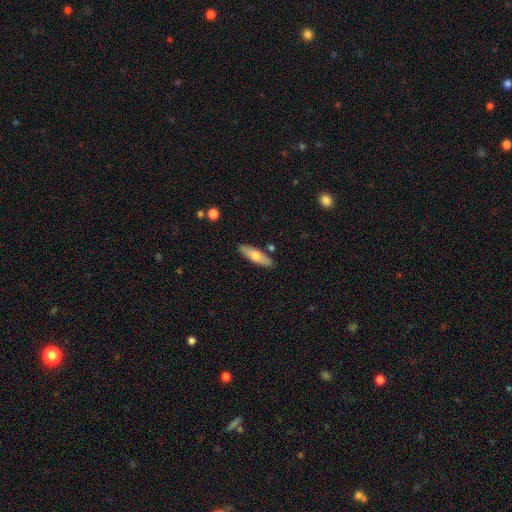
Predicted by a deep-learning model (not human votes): A smooth galaxy with no disk features (69%) that is cigar-shaped (54%).

Vote fractions:
- Smooth or featured? smooth: 69% / featured or disk: 26% / star or artifact: 6%
- How rounded? cigar-shaped: 54% / in between: 44% / round: 2%
- Merging? none: 84% / minor disturbance: 10% / merger: 4% / major disturbance: 2%